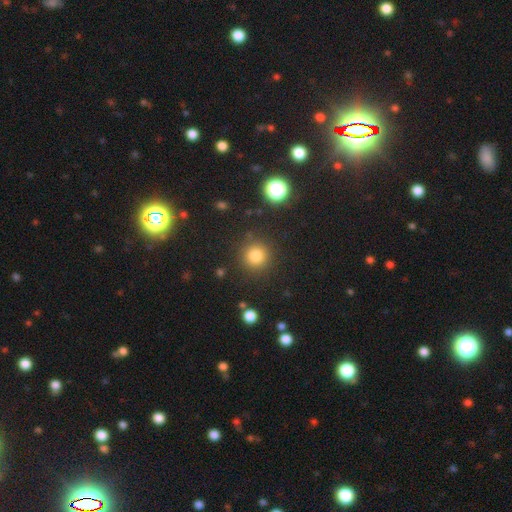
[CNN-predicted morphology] Q: Smooth or featured?
A: smooth (81%); runner-up: star or artifact (13%)
Q: How rounded?
A: round (94%); runner-up: in between (5%)
Q: Merging?
A: none (88%); runner-up: minor disturbance (7%)